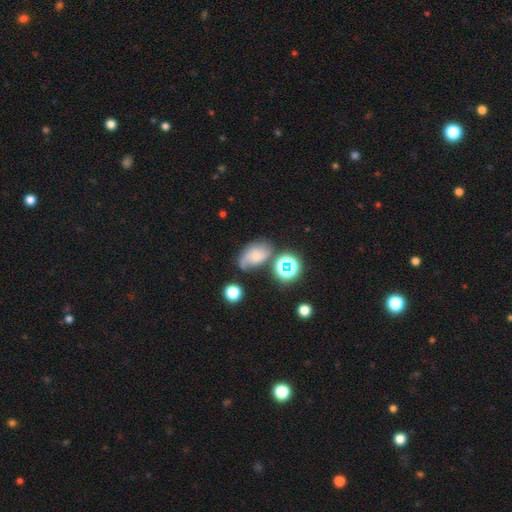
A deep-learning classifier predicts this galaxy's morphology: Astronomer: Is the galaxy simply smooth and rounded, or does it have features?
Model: featured or disk — 46% (runner-up: smooth, 36%).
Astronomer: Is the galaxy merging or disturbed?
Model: none — 46% (runner-up: minor disturbance, 27%).